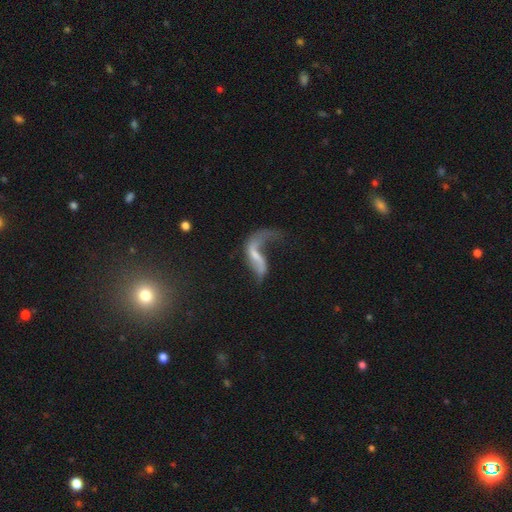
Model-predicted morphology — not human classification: Overall: featured or disk (75%). Edge-on disk: no (94%). Bar: no (38%; weak 37%). Spiral arms: yes (79%). Spiral arm count: 2 (59%; 1 36%). Spiral winding: loose (92%). Bulge size: small (41%; none 40%). Merging: major disturbance (44%; none 30%).